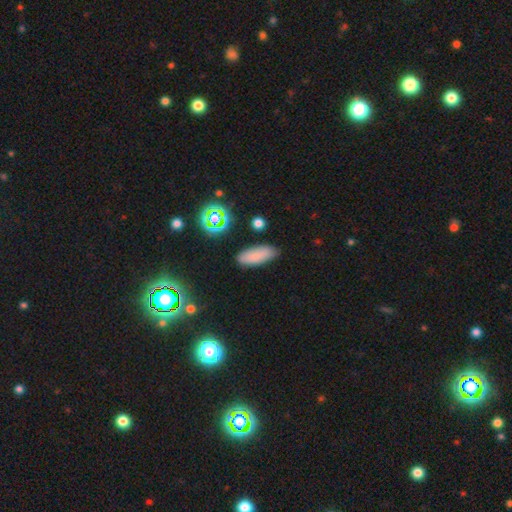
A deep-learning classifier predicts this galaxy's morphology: Smooth or featured? smooth (79%)
How rounded? in between (71%)
Merging? none (84%)